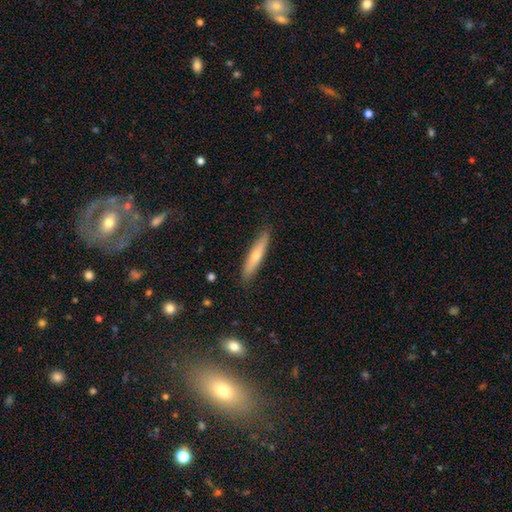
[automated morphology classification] Smooth or featured? Predicted: smooth (p=0.54). How rounded? Predicted: cigar-shaped (p=0.89). Merging? Predicted: none (p=0.88).